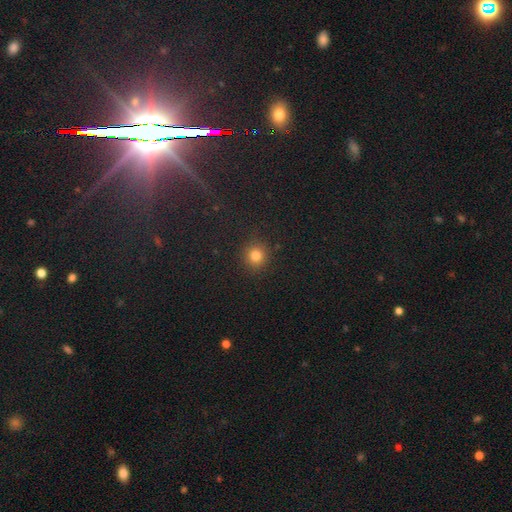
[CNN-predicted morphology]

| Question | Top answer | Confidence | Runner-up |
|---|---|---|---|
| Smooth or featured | smooth | 81% | star or artifact (14%) |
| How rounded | round | 91% | in between (8%) |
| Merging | none | 89% | minor disturbance (7%) |